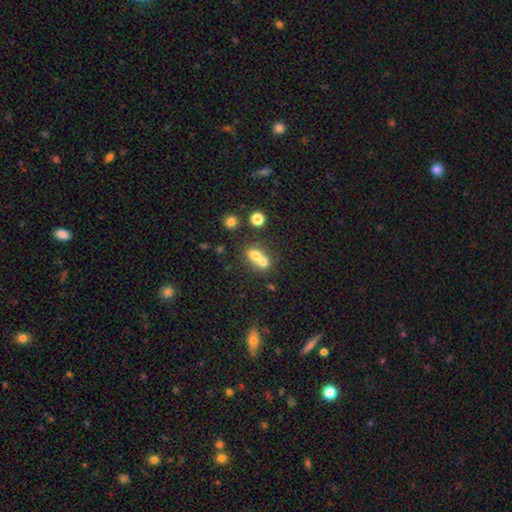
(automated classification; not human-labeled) A smooth galaxy with no disk features (69%) that is round (57%). Merging: merger (65%).